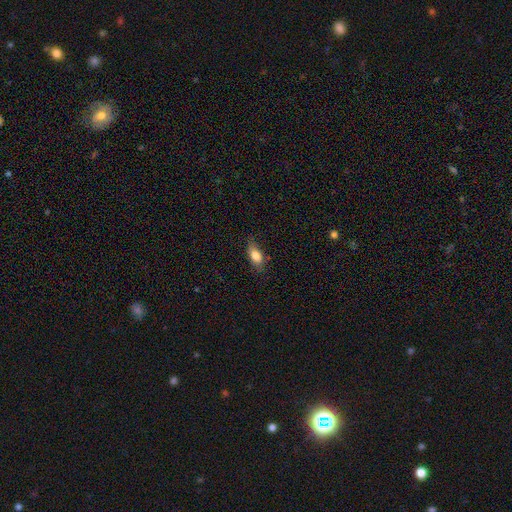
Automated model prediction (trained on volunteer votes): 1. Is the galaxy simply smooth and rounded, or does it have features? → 82% smooth, 10% featured or disk, 8% star or artifact.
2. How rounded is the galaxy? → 85% in between, 9% cigar-shaped, 6% round.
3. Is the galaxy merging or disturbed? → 73% none, 21% minor disturbance, 5% major disturbance, 1% merger.